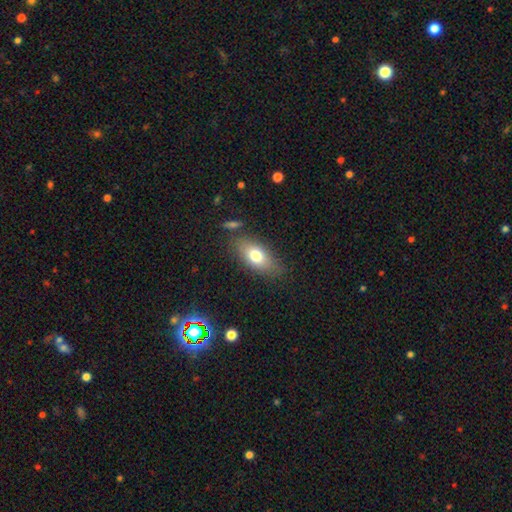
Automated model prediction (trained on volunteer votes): The model was most divided on "smooth or featured": smooth: 72%, featured or disk: 19%, star or artifact: 9%. More confident: how rounded — in between (84%); merging — none (76%).